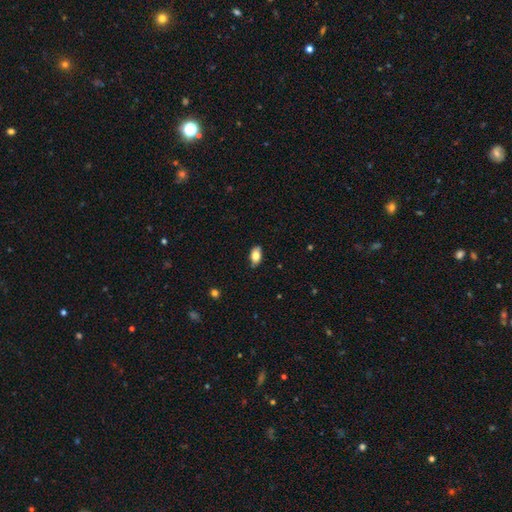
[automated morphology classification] smooth-or-featured: smooth: 77% | featured or disk: 16% | star or artifact: 7%
  how-rounded: in between: 91% | round: 6% | cigar-shaped: 3%
  merging: none: 82% | minor disturbance: 14% | major disturbance: 2% | merger: 1%